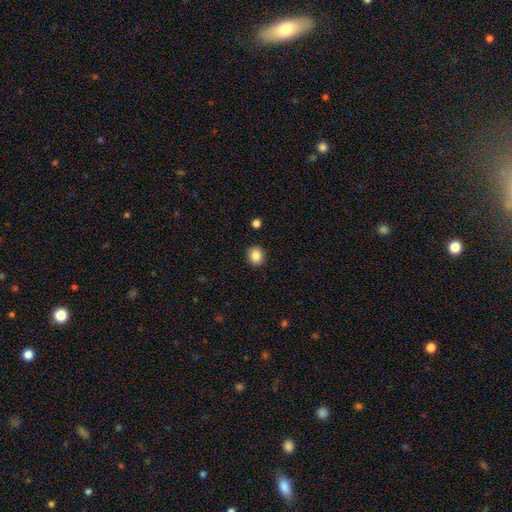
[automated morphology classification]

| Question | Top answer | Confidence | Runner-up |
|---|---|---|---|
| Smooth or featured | smooth | 86% | star or artifact (9%) |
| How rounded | round | 72% | in between (27%) |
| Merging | none | 90% | minor disturbance (7%) |